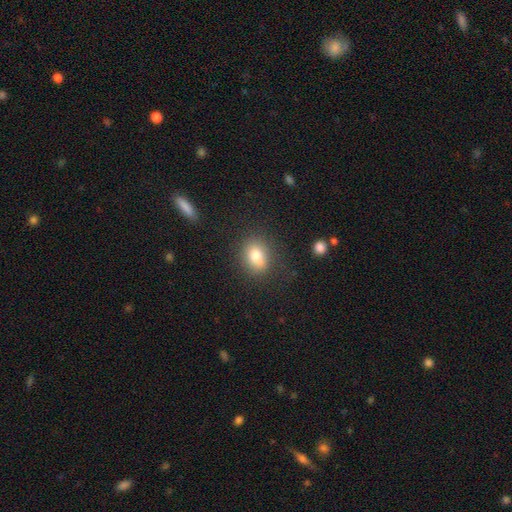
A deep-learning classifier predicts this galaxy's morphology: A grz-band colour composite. It shows a smooth galaxy with no disk features (80%) that is round (53%). Merging: none (78%).